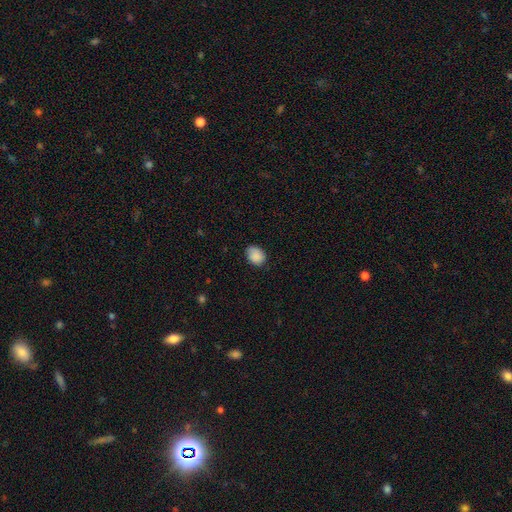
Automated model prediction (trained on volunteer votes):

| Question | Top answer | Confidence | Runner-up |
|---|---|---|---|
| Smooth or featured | smooth | 88% | star or artifact (8%) |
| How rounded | in between | 61% | round (38%) |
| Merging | none | 77% | minor disturbance (19%) |